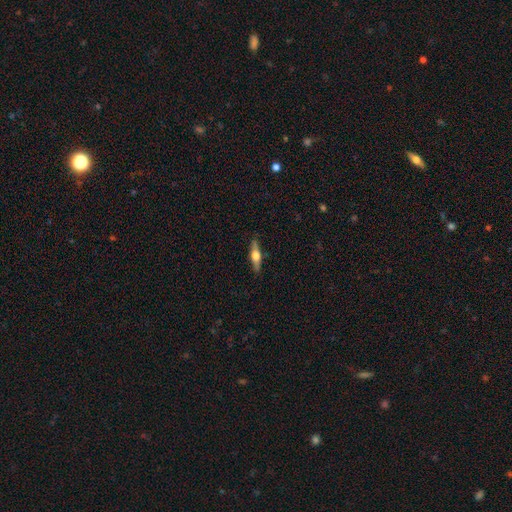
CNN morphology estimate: type=featured or disk (60%); edge-on=yes (95%); edge-on bulge=rounded (94%); merging=none (88%).